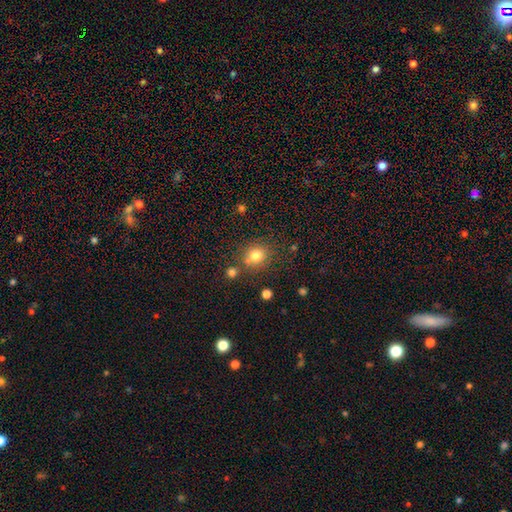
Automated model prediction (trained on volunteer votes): smooth_or_featured: smooth (p=0.79) [alt: star or artifact p=0.13]
how_rounded: round (p=0.85) [alt: in between p=0.14]
merging: none (p=0.74) [alt: merger p=0.11]